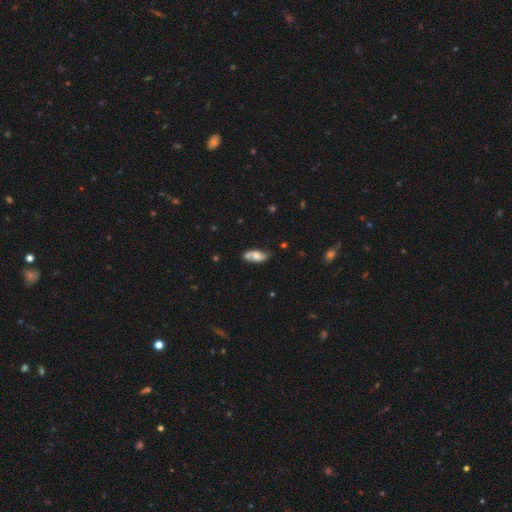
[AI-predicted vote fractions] Smooth or featured?
  - smooth: 46% * (tied)
  - featured or disk: 46% * (tied)
  - star or artifact: 8%
Merging?
  - none: 61% *
  - minor disturbance: 21%
  - merger: 11%
  - major disturbance: 6%